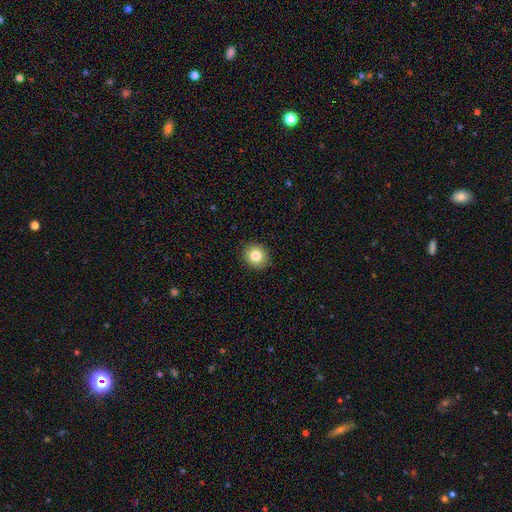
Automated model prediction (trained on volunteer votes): This is clearly a smooth galaxy (83%). How rounded: clearly round (84%). Merging: clearly none (92%).